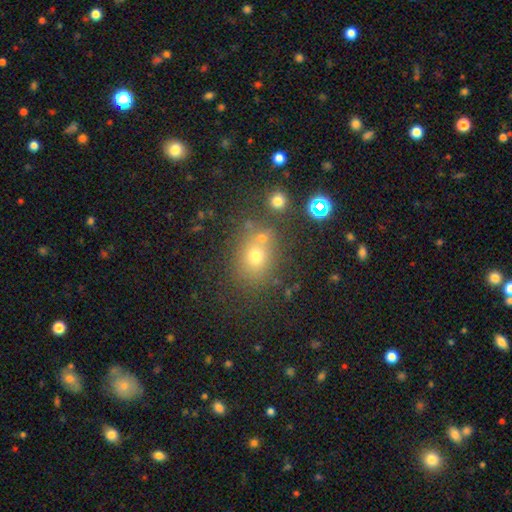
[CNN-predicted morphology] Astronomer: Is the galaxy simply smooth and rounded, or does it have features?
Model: smooth — 67%.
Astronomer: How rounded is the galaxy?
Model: round — 56% (runner-up: in between, 42%).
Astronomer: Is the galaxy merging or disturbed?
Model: none — 66%.